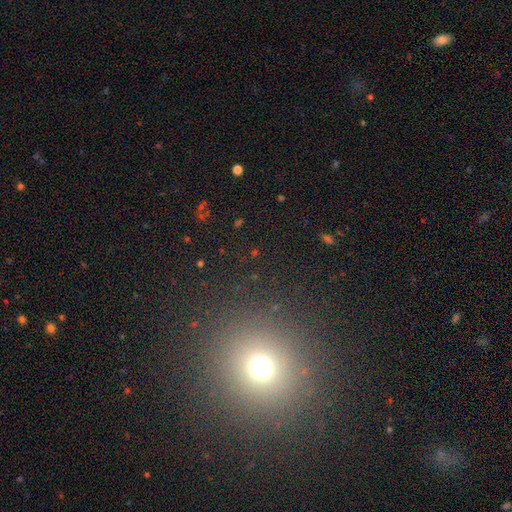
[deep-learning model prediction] smooth-or-featured: smooth: 59% | star or artifact: 34% | featured or disk: 7%
  how-rounded: round: 92% | in between: 7% | cigar-shaped: 1%
  merging: none: 92% | minor disturbance: 5% | major disturbance: 2% | merger: 1%